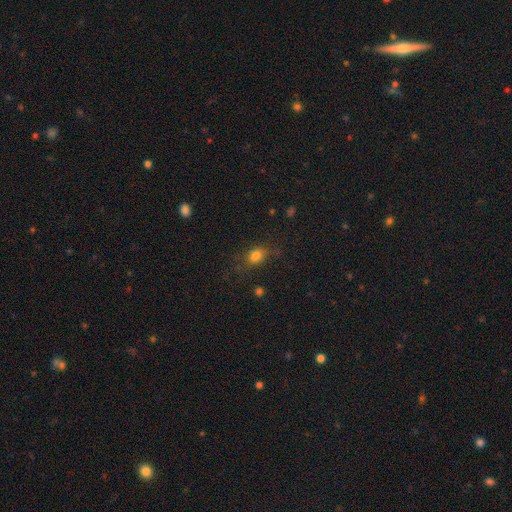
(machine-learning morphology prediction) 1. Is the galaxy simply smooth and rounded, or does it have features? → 78% smooth, 13% star or artifact, 8% featured or disk.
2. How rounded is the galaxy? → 53% in between, 44% round, 3% cigar-shaped.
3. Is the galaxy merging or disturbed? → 68% none, 20% minor disturbance, 9% major disturbance, 2% merger.